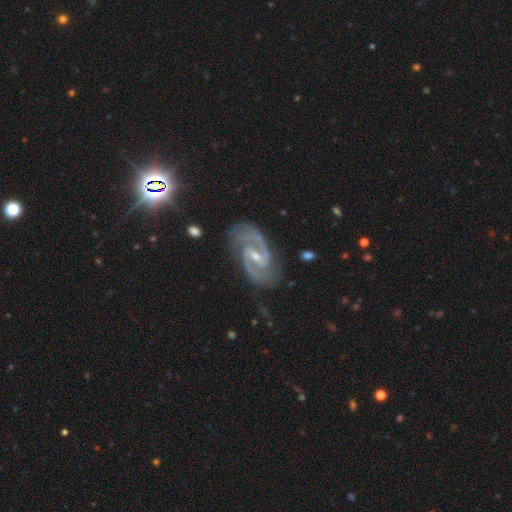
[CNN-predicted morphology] The model was most divided on "bar": weak: 51%, strong: 29%, no: 20%. More confident: spiral arms — yes (98%); edge-on disk — no (97%); spiral arm count — 2 (91%); smooth or featured — featured or disk (90%); merging — none (79%); bulge size — small (63%); spiral winding — medium (57%).